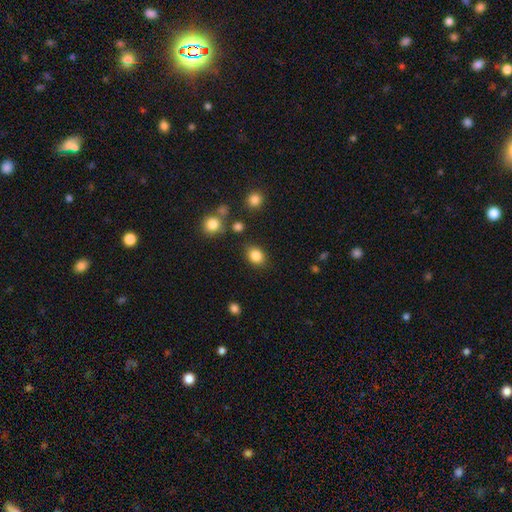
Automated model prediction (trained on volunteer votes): This is clearly a smooth galaxy (85%). How rounded: possibly in between (54%). Merging: clearly none (84%).